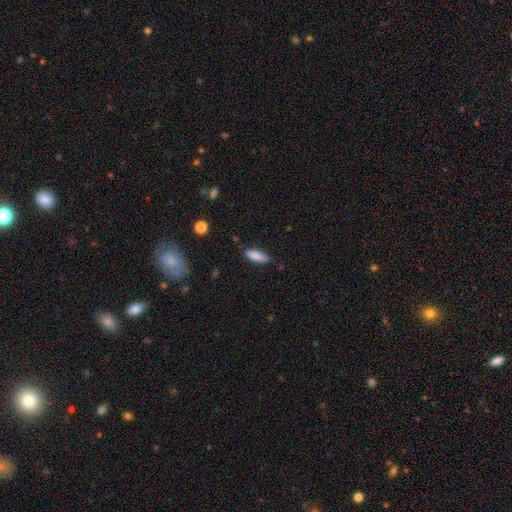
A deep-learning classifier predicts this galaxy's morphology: smooth-or-featured: smooth: 84% | featured or disk: 9% | star or artifact: 7%
  how-rounded: cigar-shaped: 51% | in between: 47% | round: 2%
  merging: none: 75% | minor disturbance: 19% | major disturbance: 3% | merger: 2%